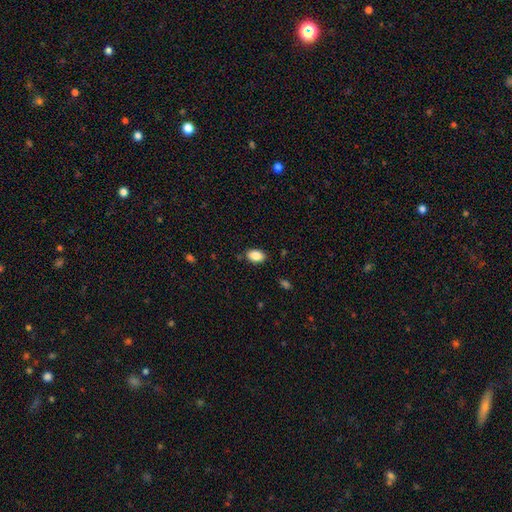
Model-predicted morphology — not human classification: This appears to be a smooth galaxy with no disk features (88%) that is in between round and cigar-shaped (90%). Merging: none (84%).